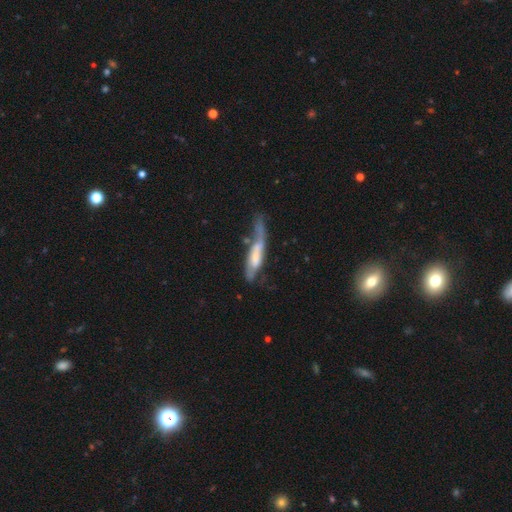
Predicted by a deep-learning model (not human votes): Smooth or featured? featured or disk (50%)
Edge-on disk? no (54%)
Merging? major disturbance (31%)